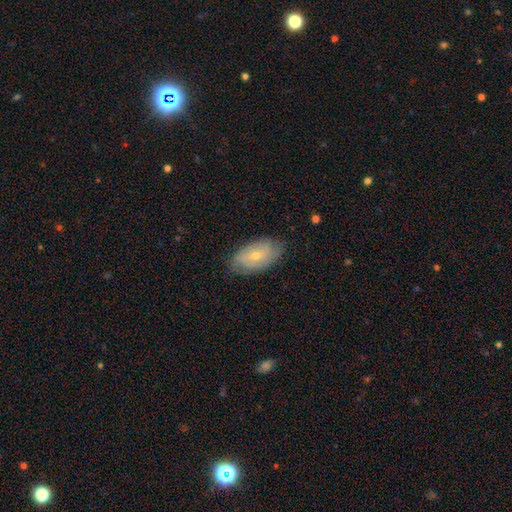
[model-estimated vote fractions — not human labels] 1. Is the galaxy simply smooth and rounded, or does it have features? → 50% smooth, 44% featured or disk, 7% star or artifact.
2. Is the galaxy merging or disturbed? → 76% none, 19% minor disturbance, 4% major disturbance, 1% merger.